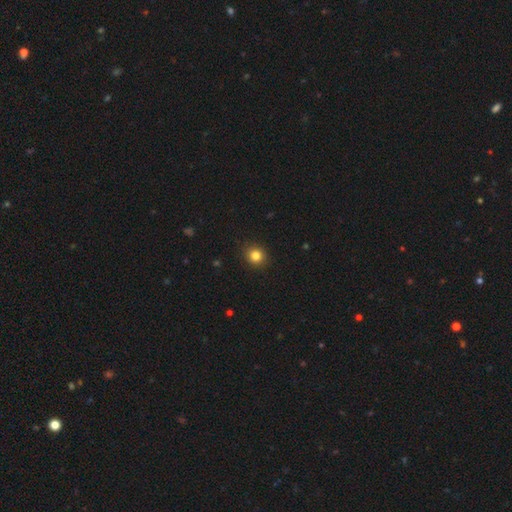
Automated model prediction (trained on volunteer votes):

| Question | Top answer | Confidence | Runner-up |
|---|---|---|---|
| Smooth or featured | smooth | 83% | star or artifact (12%) |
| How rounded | round | 85% | in between (14%) |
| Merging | none | 91% | minor disturbance (6%) |